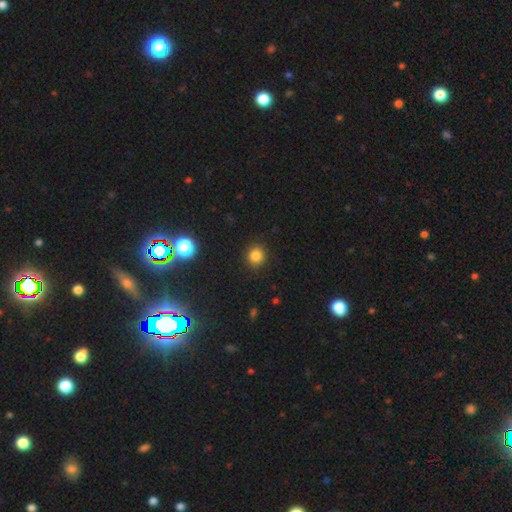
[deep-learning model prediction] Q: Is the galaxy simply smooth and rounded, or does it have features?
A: smooth — 82%.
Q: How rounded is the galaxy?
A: round — 89%.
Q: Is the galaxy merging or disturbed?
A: none — 90%.